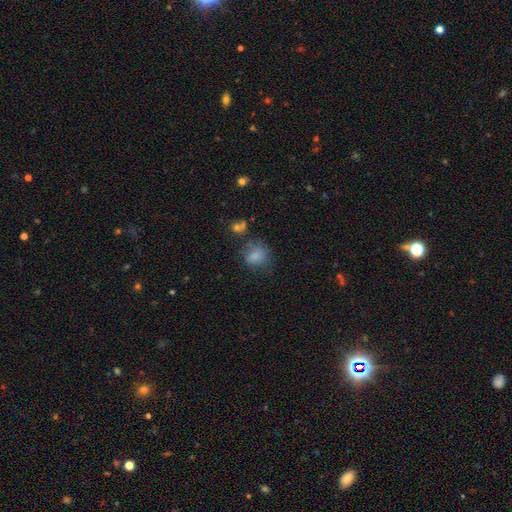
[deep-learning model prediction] smooth 78%, star or artifact 12%, featured or disk 10%. Down the decision tree: how rounded — round (57%); merging — none (56%).